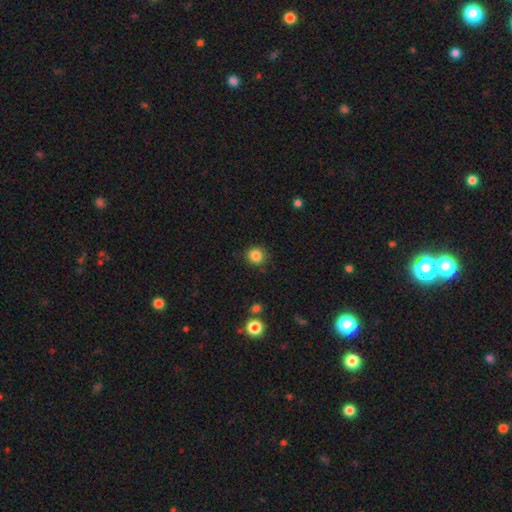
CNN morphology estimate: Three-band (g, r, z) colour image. It shows a smooth galaxy with no disk features (85%) that is round (92%). Merging: none (88%).